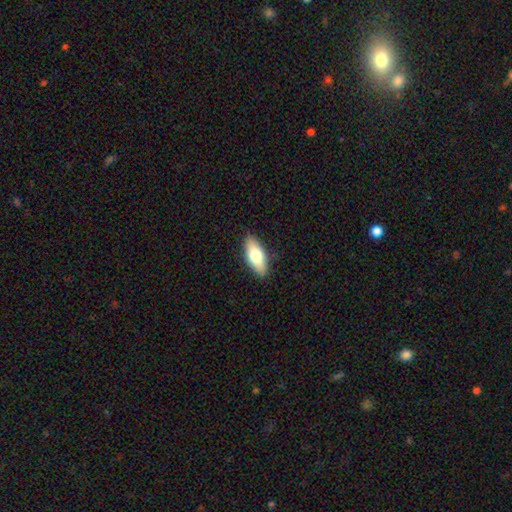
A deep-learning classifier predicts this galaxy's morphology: Smooth or featured: smooth — 71% (featured or disk — 23%)
How rounded: in between — 80% (cigar-shaped — 18%)
Merging: none — 88% (minor disturbance — 9%)